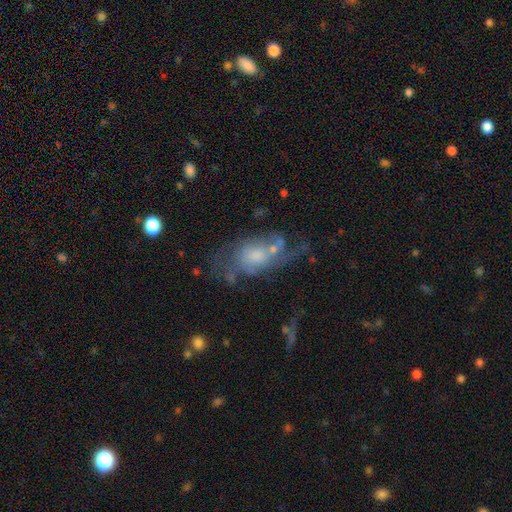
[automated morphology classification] Smooth or featured? Predicted: featured or disk (p=0.61). Edge-on disk? Predicted: no (p=0.95). Bar? Predicted: no (p=0.73). Spiral arms? Predicted: yes (p=0.73). Bulge size? Predicted: moderate (p=0.41). Merging? Predicted: none (p=0.39).